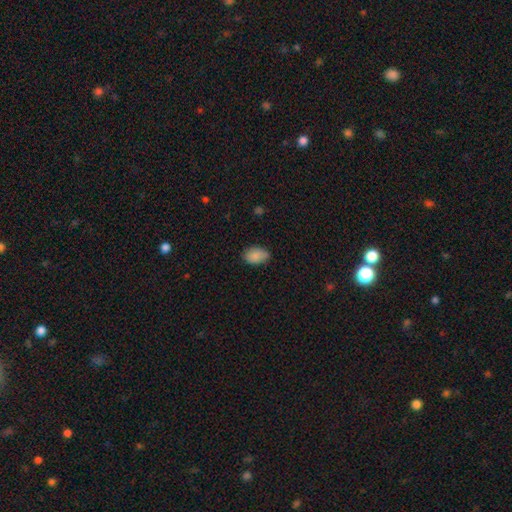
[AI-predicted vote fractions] Overall: smooth (87%). How rounded: in between (88%). Merging: none (77%).